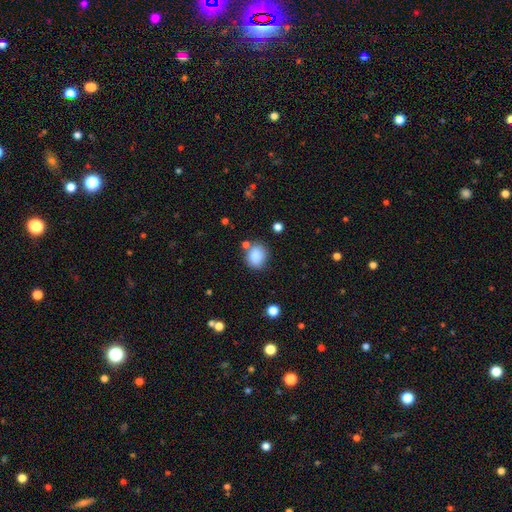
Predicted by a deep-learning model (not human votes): smooth_or_featured: smooth (p=0.86) [alt: star or artifact p=0.09]
how_rounded: round (p=0.66) [alt: in between p=0.33]
merging: none (p=0.72) [alt: minor disturbance p=0.14]